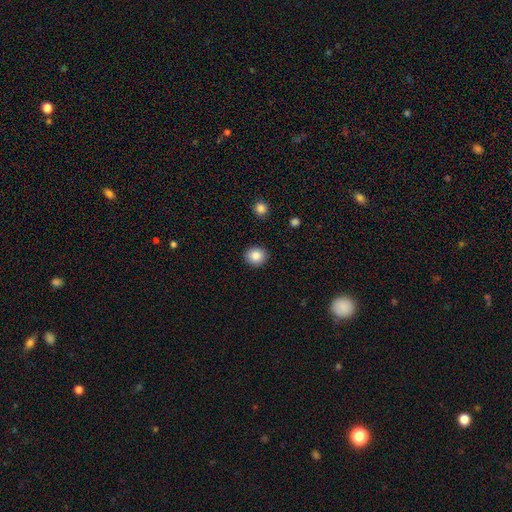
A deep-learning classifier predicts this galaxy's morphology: A smooth galaxy with no disk features (86%) that is round (81%). Merging: none (91%).